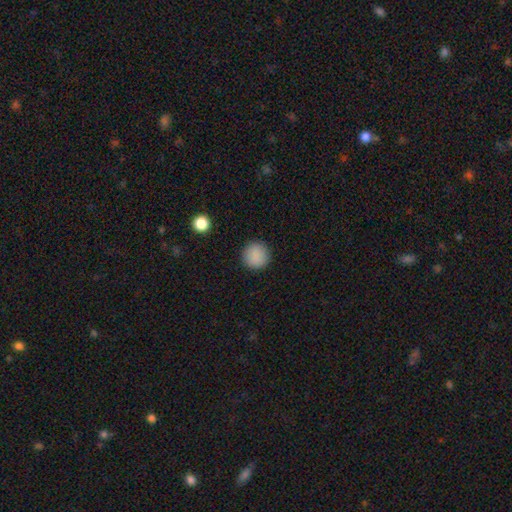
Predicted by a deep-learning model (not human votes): A smooth galaxy with no disk features (88%) that is round (95%).

Vote fractions:
- Smooth or featured? smooth: 88% / star or artifact: 9% / featured or disk: 3%
- How rounded? round: 95% / in between: 4% / cigar-shaped: 1%
- Merging? none: 92% / minor disturbance: 5% / major disturbance: 2% / merger: 1%